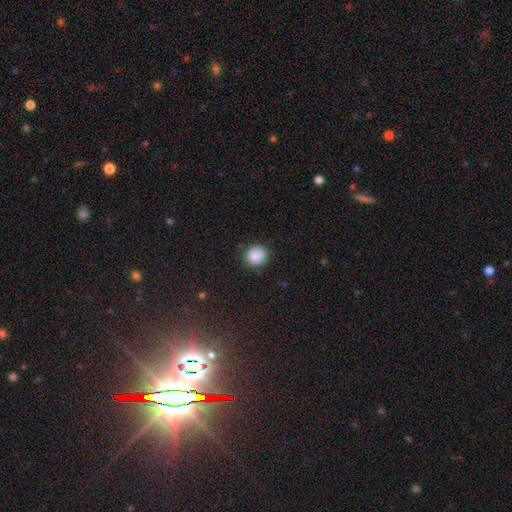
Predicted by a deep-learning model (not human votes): Morphology: type=smooth (87%); roundness=round (88%); merging=none (86%).